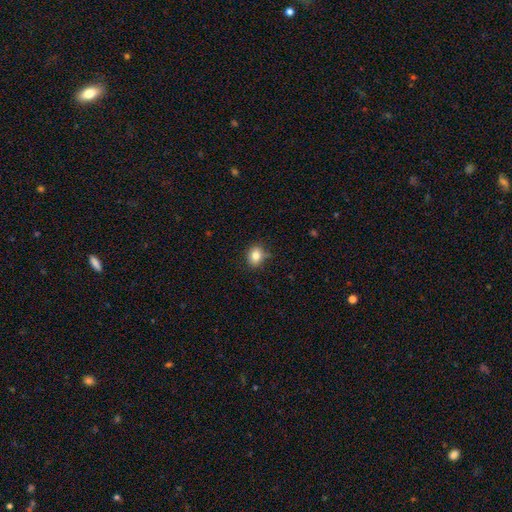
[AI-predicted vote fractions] This is clearly a smooth galaxy (82%). How rounded: possibly round (59%). Merging: likely none (76%).